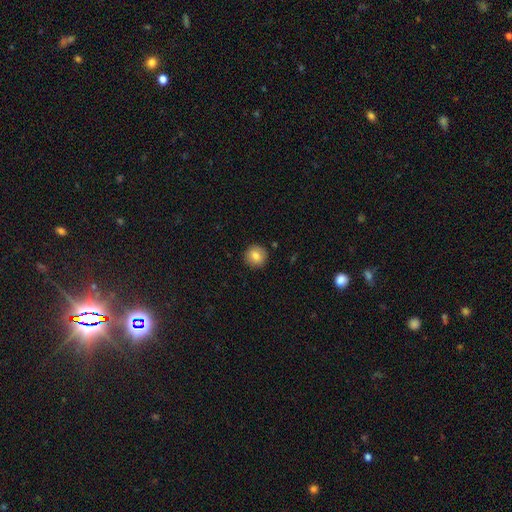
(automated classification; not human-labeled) Smooth or featured? Predicted: smooth (p=0.83). How rounded? Predicted: round (p=0.94). Merging? Predicted: none (p=0.92).